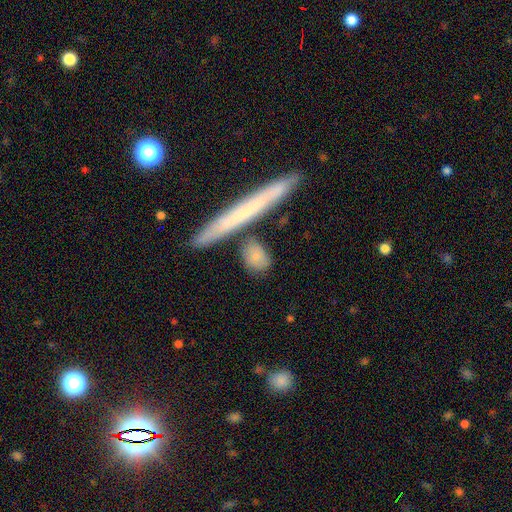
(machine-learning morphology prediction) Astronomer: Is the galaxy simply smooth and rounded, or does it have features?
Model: smooth — 77%.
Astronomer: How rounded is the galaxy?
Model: in between — 58%.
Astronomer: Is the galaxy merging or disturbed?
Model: none — 71%.